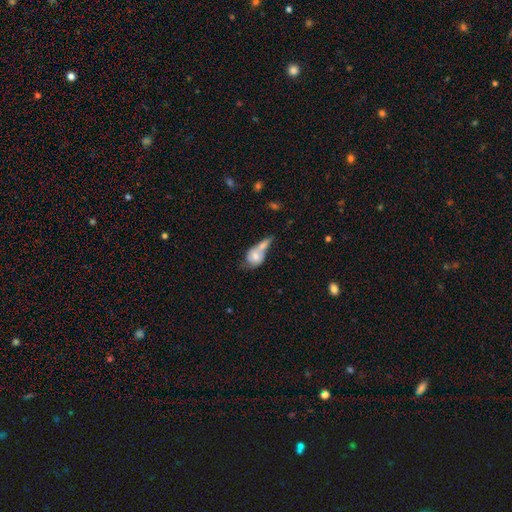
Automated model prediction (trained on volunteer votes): This is possibly a smooth galaxy (60%). How rounded: possibly in between (60%). Merging: likely merger (64%).